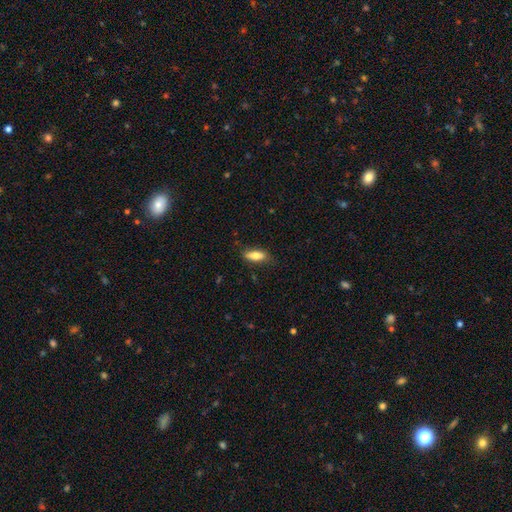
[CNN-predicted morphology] Smooth or featured? Predicted: smooth (p=0.77). How rounded? Predicted: in between (p=0.71). Merging? Predicted: none (p=0.77).